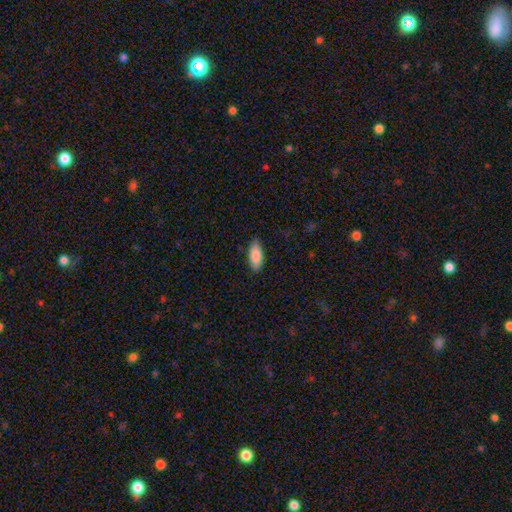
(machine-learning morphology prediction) type=smooth (87%); roundness=in between (84%); merging=none (86%).